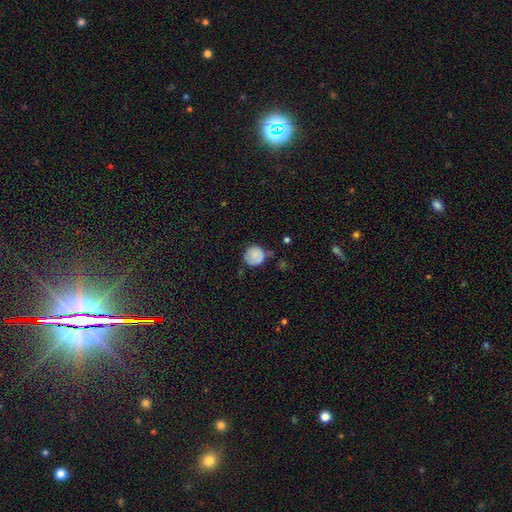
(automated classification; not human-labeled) This appears to be a smooth galaxy with no disk features (77%) that is round (86%). Merging: none (58%).